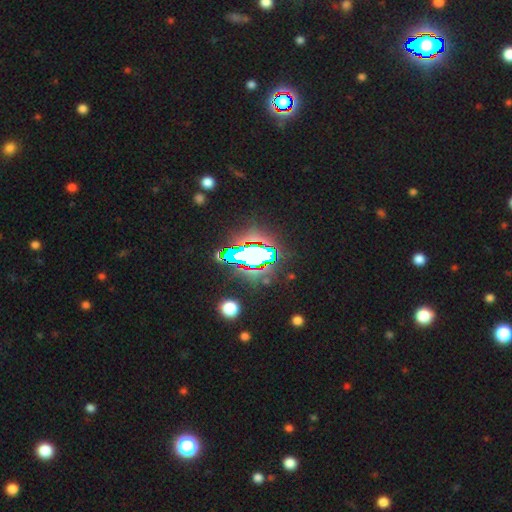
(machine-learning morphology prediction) smooth_or_featured: star or artifact (p=0.77) [alt: smooth p=0.13]